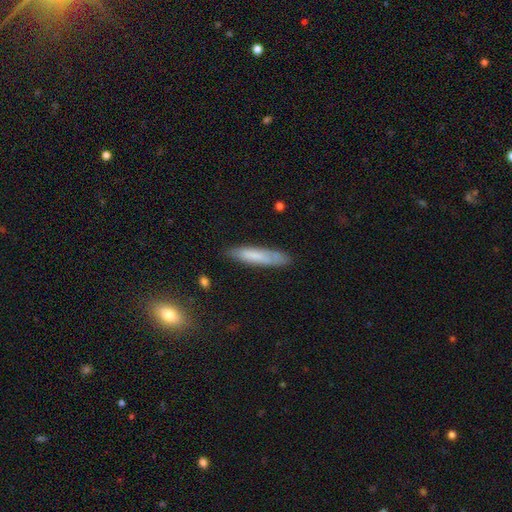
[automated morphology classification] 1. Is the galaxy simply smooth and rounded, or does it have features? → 69% smooth, 24% featured or disk, 7% star or artifact.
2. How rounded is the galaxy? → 85% cigar-shaped, 14% in between, 1% round.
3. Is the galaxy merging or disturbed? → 78% none, 16% minor disturbance, 3% major disturbance, 2% merger.